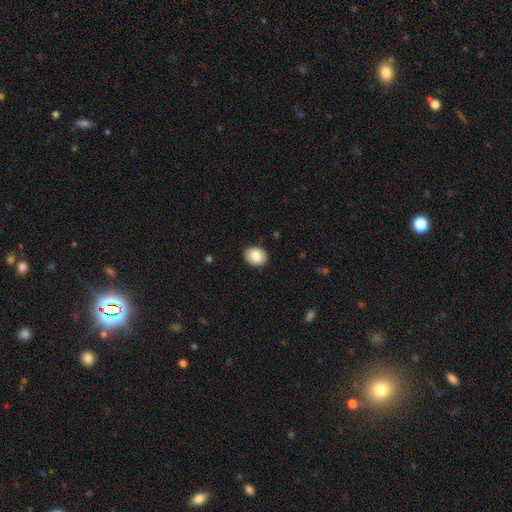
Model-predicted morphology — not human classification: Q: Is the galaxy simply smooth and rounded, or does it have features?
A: smooth — 82%.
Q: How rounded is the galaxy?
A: round — 51%.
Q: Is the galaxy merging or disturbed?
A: none — 89%.